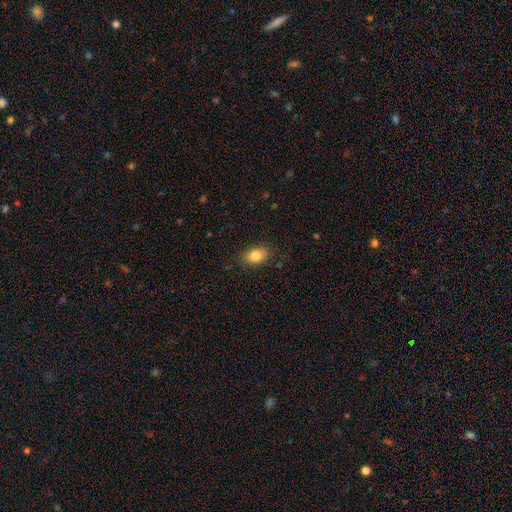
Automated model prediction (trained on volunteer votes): This appears to be a smooth galaxy with no disk features (84%) that is in between round and cigar-shaped (85%). Merging: none (84%).